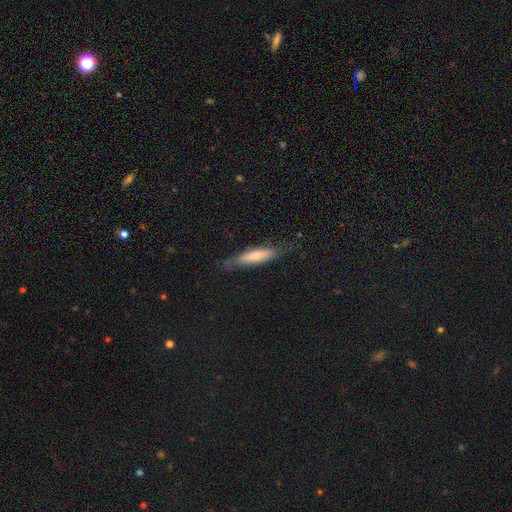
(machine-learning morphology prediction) Smooth or featured? Predicted: smooth (p=0.68). How rounded? Predicted: cigar-shaped (p=0.74). Merging? Predicted: none (p=0.74).